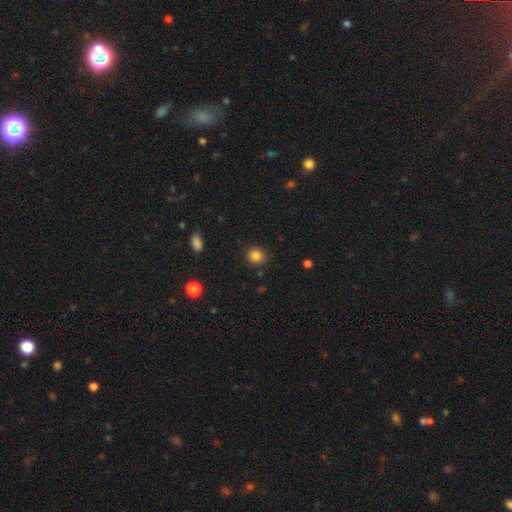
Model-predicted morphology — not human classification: Smooth or featured?
  - smooth: 85% *
  - star or artifact: 11%
  - featured or disk: 4%
How rounded?
  - round: 85% *
  - in between: 14%
  - cigar-shaped: 1%
Merging?
  - none: 88% *
  - minor disturbance: 8%
  - major disturbance: 2%
  - merger: 2%